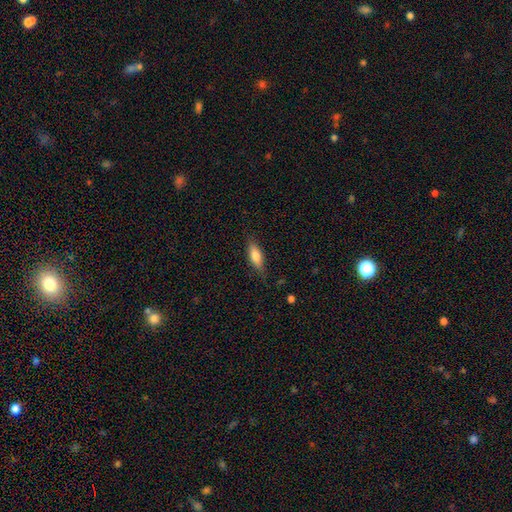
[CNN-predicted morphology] Smooth or featured? Predicted: smooth (p=0.73). How rounded? Predicted: in between (p=0.59). Merging? Predicted: none (p=0.80).